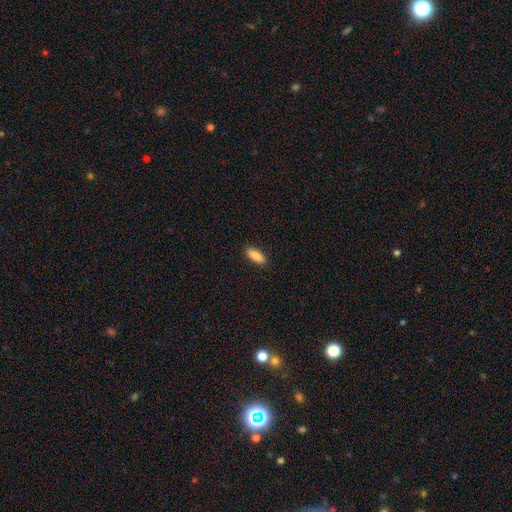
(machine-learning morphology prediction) Smooth or featured: smooth — 87% (featured or disk — 6%)
How rounded: in between — 73% (cigar-shaped — 25%)
Merging: none — 89% (minor disturbance — 8%)